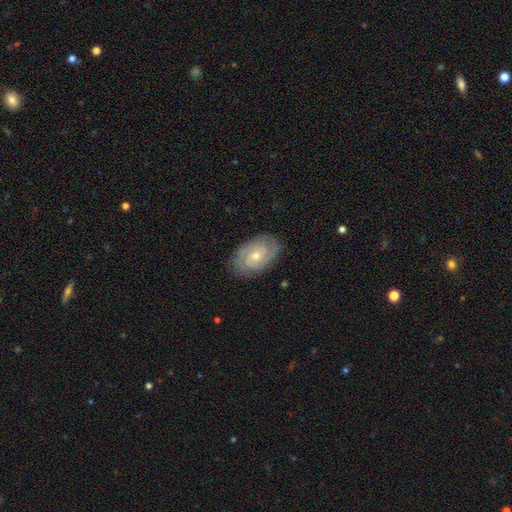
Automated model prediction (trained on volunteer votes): Smooth or featured? Predicted: featured or disk (p=0.81). Edge-on disk? Predicted: no (p=0.97). Bar? Predicted: no (p=0.68). Spiral arms? Predicted: yes (p=0.95). Spiral winding? Predicted: tight (p=0.65). Spiral arm count? Predicted: 2 (p=0.39). Bulge size? Predicted: small (p=0.54). Merging? Predicted: none (p=0.81).